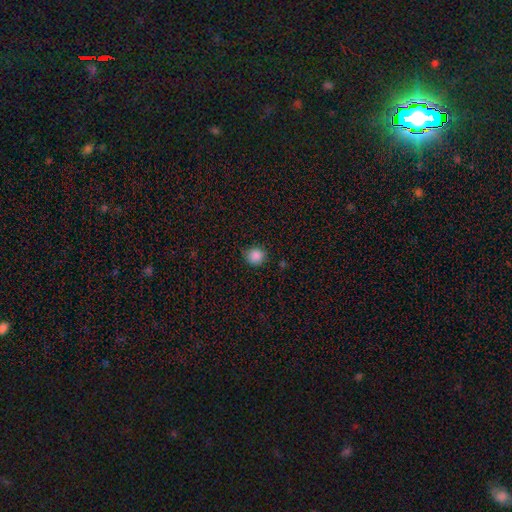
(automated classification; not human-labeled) Smooth or featured? smooth (87%)
How rounded? round (84%)
Merging? none (81%)